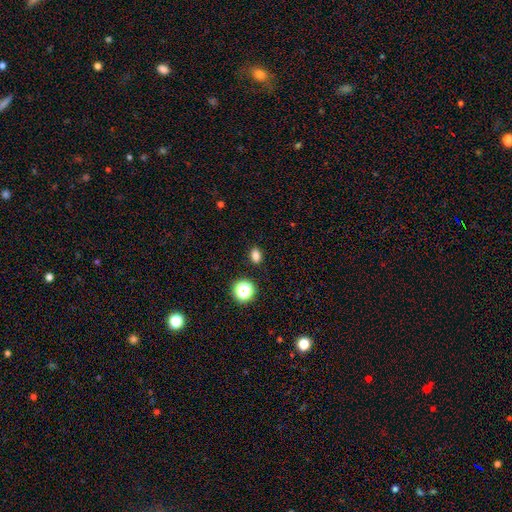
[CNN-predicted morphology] smooth 80%, star or artifact 16%, featured or disk 5%. Down the decision tree: how rounded — in between (70%); merging — none (88%).